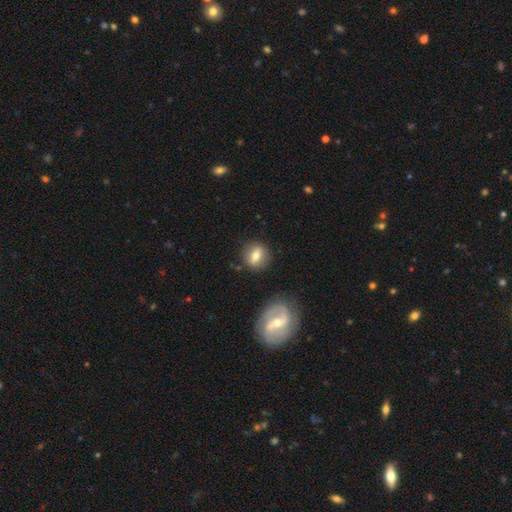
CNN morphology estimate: This appears to be a smooth galaxy with no disk features (65%) that is round (67%). Merging: none (83%).